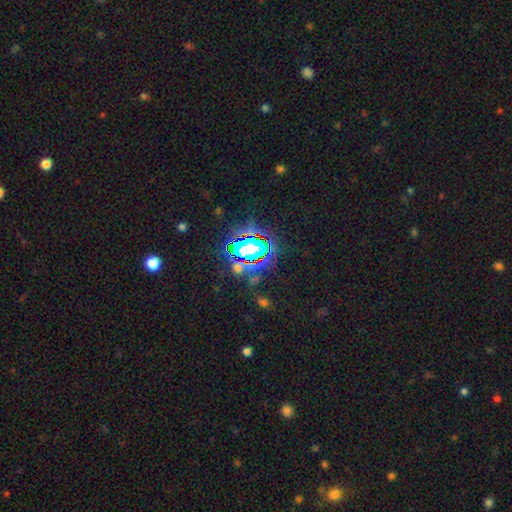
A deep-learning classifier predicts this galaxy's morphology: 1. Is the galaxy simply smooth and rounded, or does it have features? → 82% star or artifact, 11% smooth, 7% featured or disk.